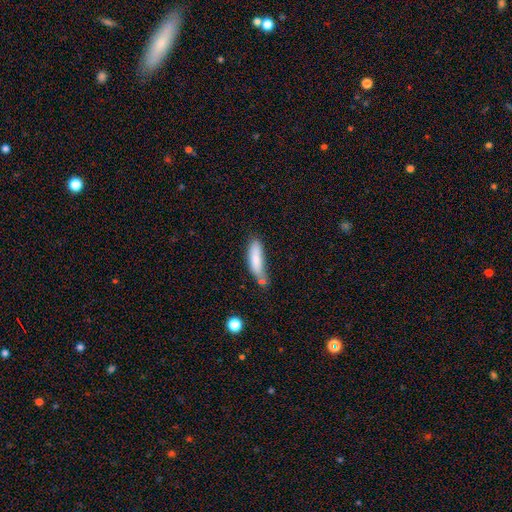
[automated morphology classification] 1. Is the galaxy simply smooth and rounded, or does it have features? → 80% smooth, 13% featured or disk, 7% star or artifact.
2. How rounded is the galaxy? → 62% cigar-shaped, 36% in between, 2% round.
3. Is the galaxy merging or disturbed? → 50% none, 29% minor disturbance, 12% merger, 8% major disturbance.